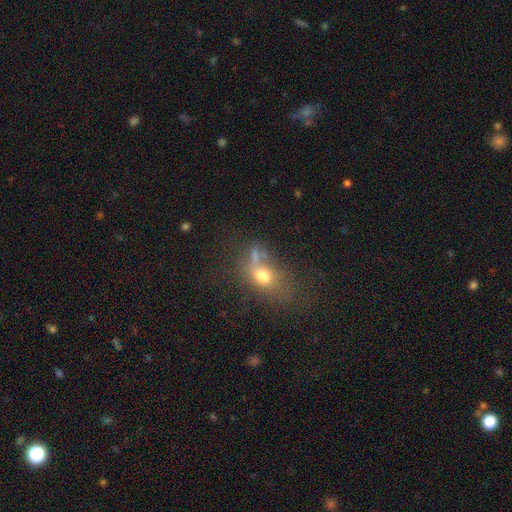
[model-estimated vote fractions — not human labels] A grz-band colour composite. It shows a smooth galaxy with no disk features (59%) that is in between round and cigar-shaped (65%). Merging: none (32%).